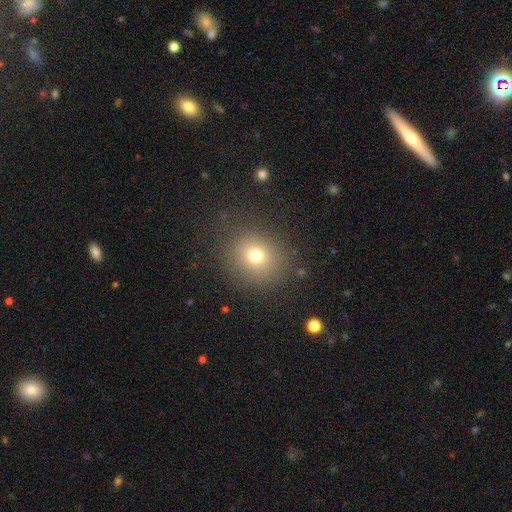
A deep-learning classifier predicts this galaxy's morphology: Smooth or featured: smooth — 73% (star or artifact — 16%)
How rounded: round — 79% (in between — 20%)
Merging: none — 84% (minor disturbance — 10%)